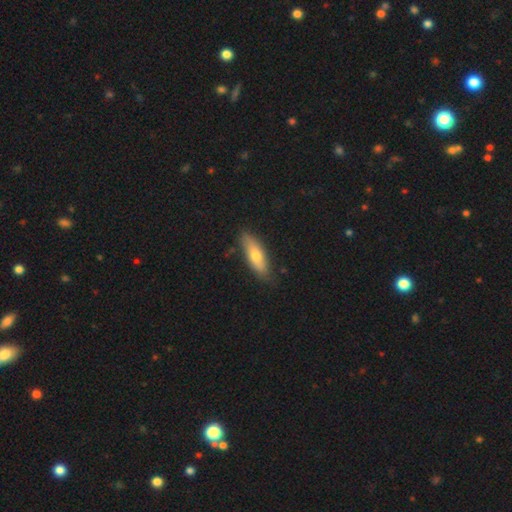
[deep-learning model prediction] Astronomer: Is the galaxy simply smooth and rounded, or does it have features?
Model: smooth — 67%.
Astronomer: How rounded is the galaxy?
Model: in between — 54% (runner-up: cigar-shaped, 43%).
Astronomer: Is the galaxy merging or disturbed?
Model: none — 80%.